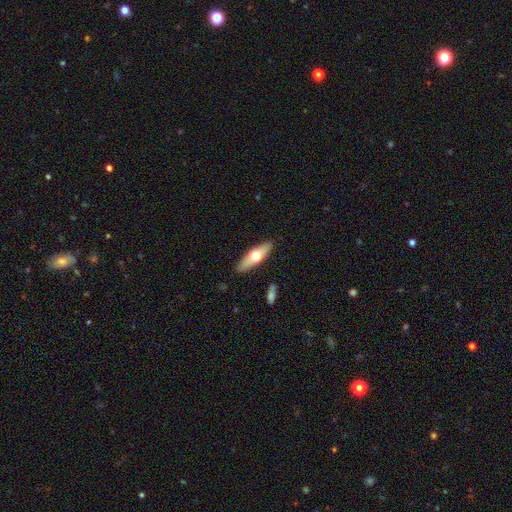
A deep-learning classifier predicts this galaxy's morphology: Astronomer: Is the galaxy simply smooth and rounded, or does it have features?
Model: smooth — 51% (runner-up: featured or disk, 43%).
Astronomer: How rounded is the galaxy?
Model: cigar-shaped — 50% (runner-up: in between, 48%).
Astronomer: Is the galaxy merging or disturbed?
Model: none — 87%.